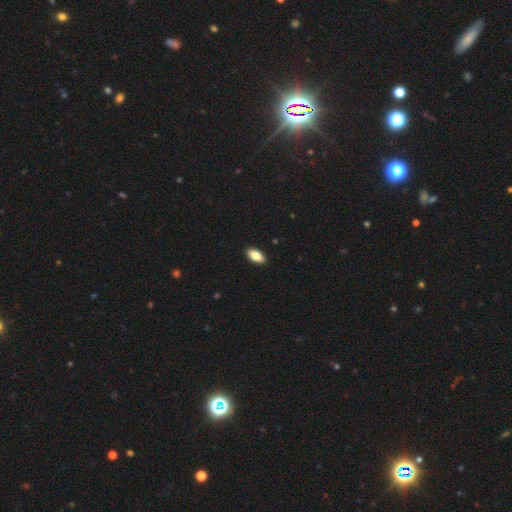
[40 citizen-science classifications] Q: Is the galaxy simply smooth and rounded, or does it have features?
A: smooth — 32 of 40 (80%).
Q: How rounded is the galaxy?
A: in between — 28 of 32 (88%).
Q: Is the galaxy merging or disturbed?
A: none — 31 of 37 (84%).